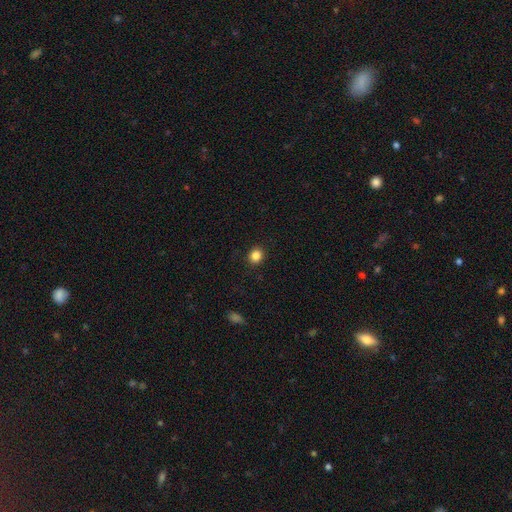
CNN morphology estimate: smooth_or_featured: smooth (p=0.85) [alt: star or artifact p=0.11]
how_rounded: round (p=0.79) [alt: in between p=0.20]
merging: none (p=0.91) [alt: minor disturbance p=0.06]